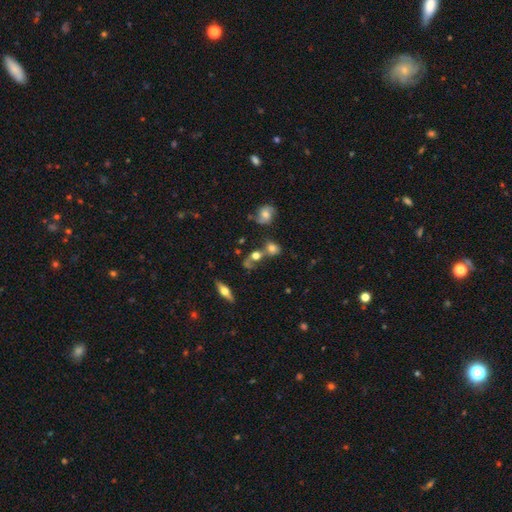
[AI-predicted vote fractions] Overall: smooth (56%; featured or disk 27%). How rounded: round (54%; in between 41%). Merging: none (42%; merger 32%).